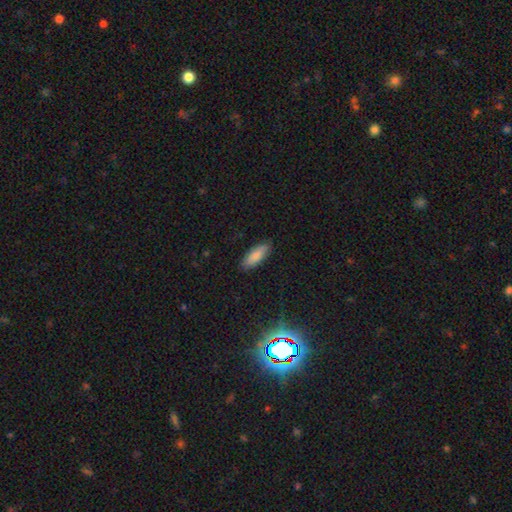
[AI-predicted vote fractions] Smooth or featured? smooth (84%)
How rounded? in between (65%)
Merging? none (88%)